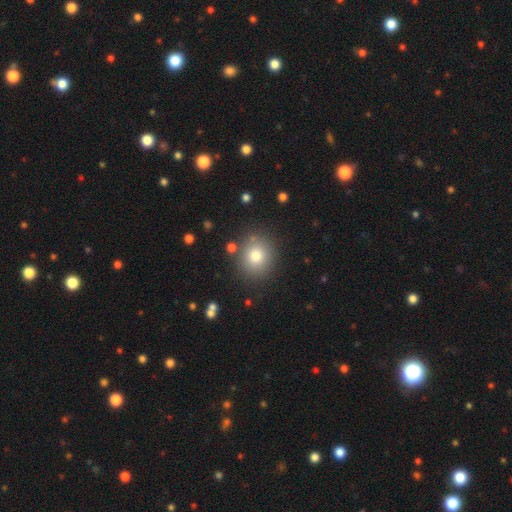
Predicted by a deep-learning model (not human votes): Overall: smooth (77%). How rounded: round (81%). Merging: none (84%).